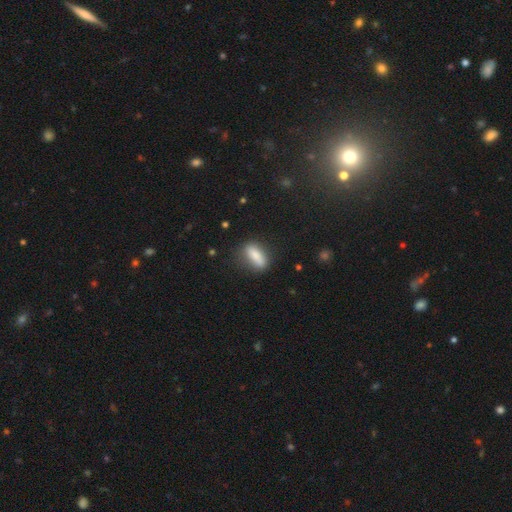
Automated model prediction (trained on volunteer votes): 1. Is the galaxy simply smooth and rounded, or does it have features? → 80% smooth, 12% featured or disk, 8% star or artifact.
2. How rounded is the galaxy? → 63% in between, 32% cigar-shaped, 4% round.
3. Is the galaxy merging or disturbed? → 74% none, 17% minor disturbance, 7% major disturbance, 2% merger.